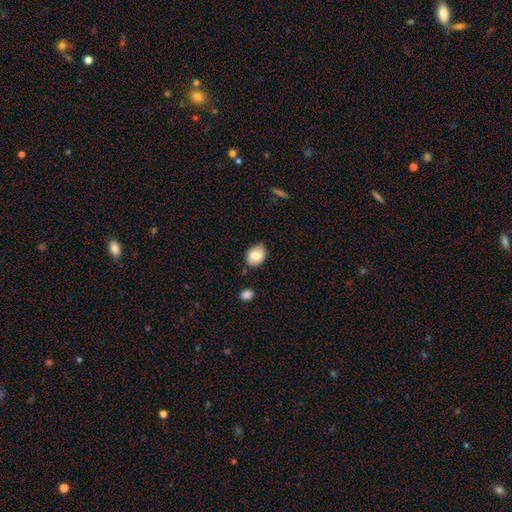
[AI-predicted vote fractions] smooth_or_featured: smooth (p=0.78) [alt: featured or disk p=0.14]
how_rounded: in between (p=0.59) [alt: round p=0.40]
merging: none (p=0.77) [alt: minor disturbance p=0.17]